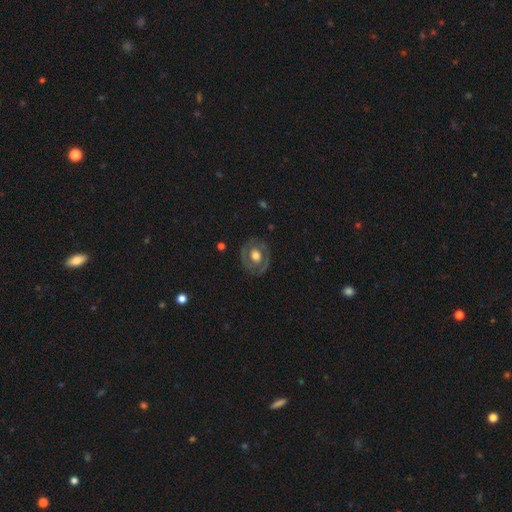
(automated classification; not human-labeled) This is likely a featured or disk galaxy (66%). It is clearly not viewed edge-on (96%). Bar: likely no (74%). Spiral arm pattern: possibly yes (50%, tied with no). Central bulge: possibly moderate (50%). Merging: likely none (80%).